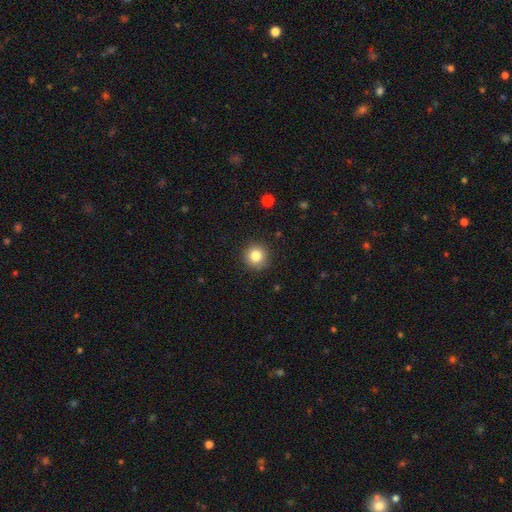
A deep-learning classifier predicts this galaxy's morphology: Smooth or featured: smooth — 83% (star or artifact — 11%)
How rounded: round — 94% (in between — 5%)
Merging: none — 90% (minor disturbance — 6%)